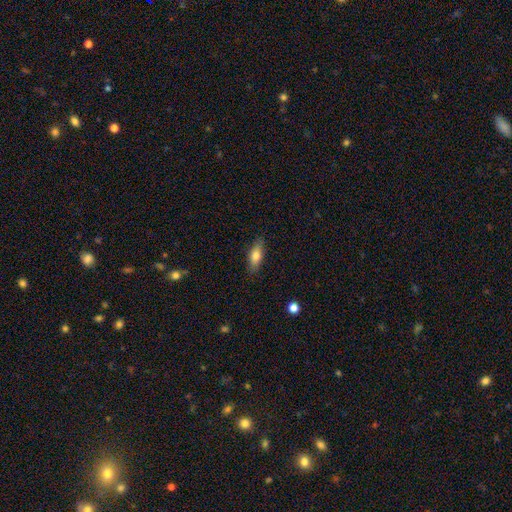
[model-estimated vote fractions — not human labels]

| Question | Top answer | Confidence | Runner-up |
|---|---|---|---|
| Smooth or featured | smooth | 75% | featured or disk (17%) |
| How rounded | in between | 69% | cigar-shaped (28%) |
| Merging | none | 85% | minor disturbance (11%) |